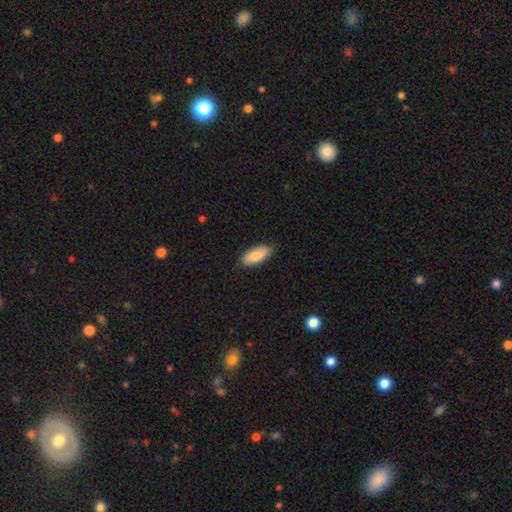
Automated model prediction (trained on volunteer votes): This is clearly a smooth galaxy (85%). How rounded: clearly in between (84%). Merging: clearly none (87%).